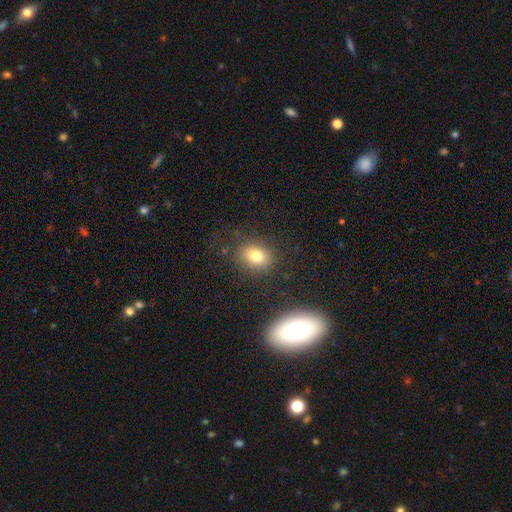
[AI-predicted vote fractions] smooth-or-featured: smooth: 77% | star or artifact: 13% | featured or disk: 10%
  how-rounded: in between: 52% | round: 47% | cigar-shaped: 1%
  merging: none: 83% | minor disturbance: 10% | major disturbance: 4% | merger: 2%